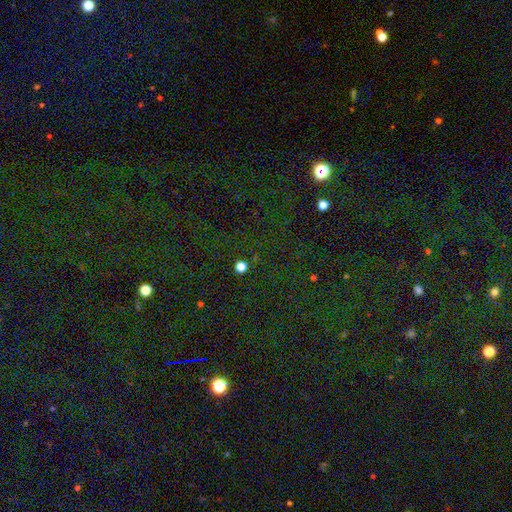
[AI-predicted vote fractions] A star or artifact, not a galaxy (78%).